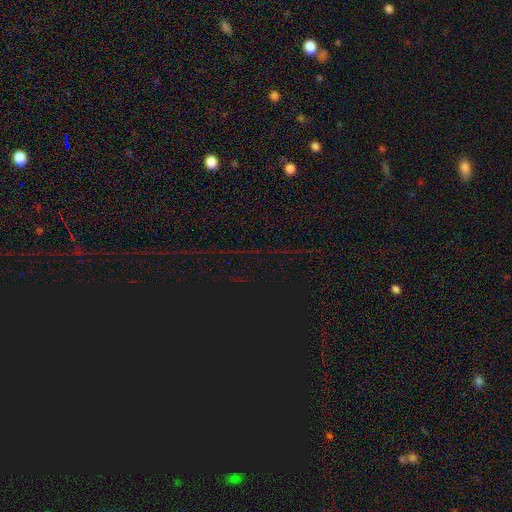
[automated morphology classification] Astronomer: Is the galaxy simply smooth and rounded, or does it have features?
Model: star or artifact — 82%.